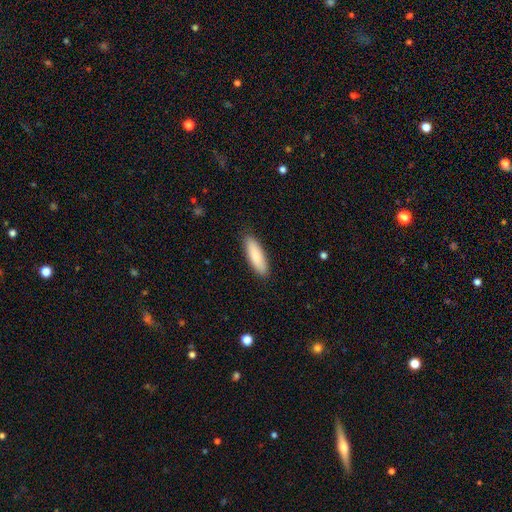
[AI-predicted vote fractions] smooth_or_featured: smooth (p=0.86) [alt: featured or disk p=0.09]
how_rounded: in between (p=0.50) [alt: cigar-shaped p=0.49]
merging: none (p=0.88) [alt: minor disturbance p=0.09]